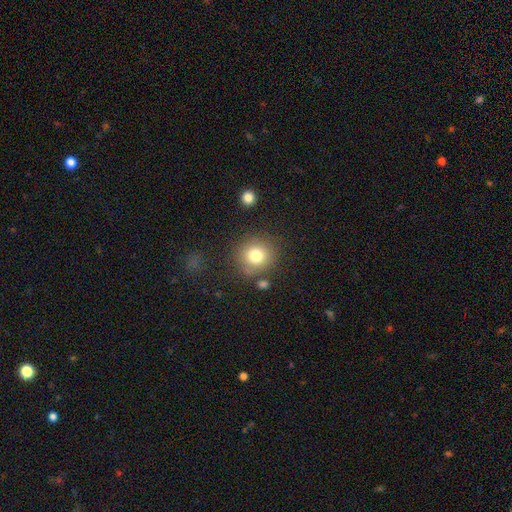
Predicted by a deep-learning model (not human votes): A smooth galaxy with no disk features (79%) that is round (90%).

Vote fractions:
- Smooth or featured? smooth: 79% / star or artifact: 11% / featured or disk: 10%
- How rounded? round: 90% / in between: 9% / cigar-shaped: 1%
- Merging? none: 79% / minor disturbance: 11% / merger: 6% / major disturbance: 4%